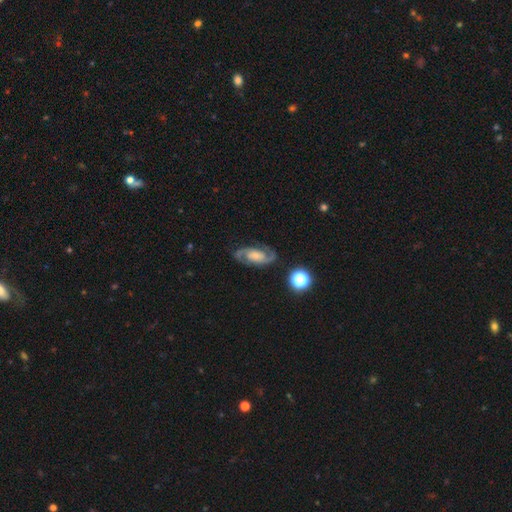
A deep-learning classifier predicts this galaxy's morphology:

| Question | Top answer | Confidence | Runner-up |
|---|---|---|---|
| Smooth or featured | featured or disk | 87% | smooth (7%) |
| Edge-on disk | no | 97% | yes (3%) |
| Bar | no | 51% | weak (36%) |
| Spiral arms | yes | 97% | no (3%) |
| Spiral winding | medium | 56% | tight (30%) |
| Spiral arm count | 2 | 93% | can't tell (3%) |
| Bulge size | small | 34% | moderate (33%) |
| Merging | none | 81% | minor disturbance (12%) |